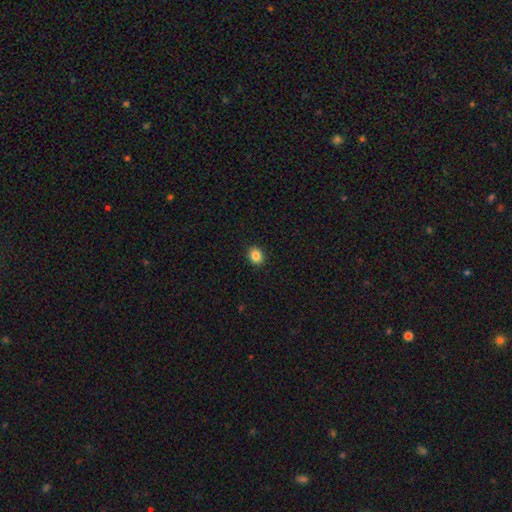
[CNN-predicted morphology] This appears to be a smooth galaxy with no disk features (86%) that is round (57%). Merging: none (92%).